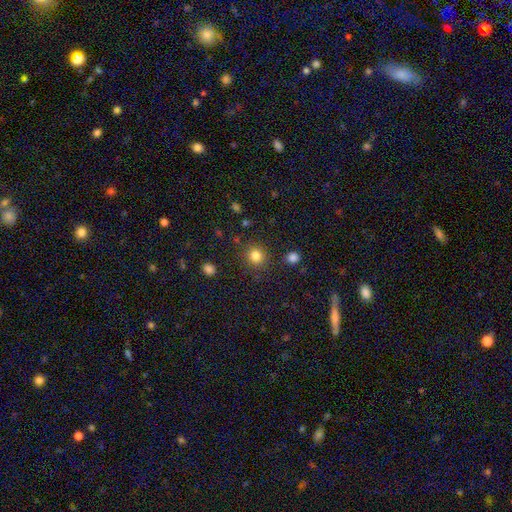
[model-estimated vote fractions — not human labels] Overall: smooth (82%). How rounded: round (88%). Merging: none (87%).